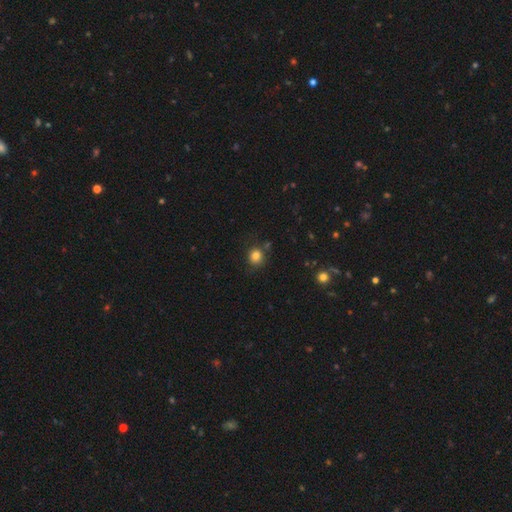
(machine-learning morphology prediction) type=smooth (82%); roundness=round (86%); merging=none (80%).